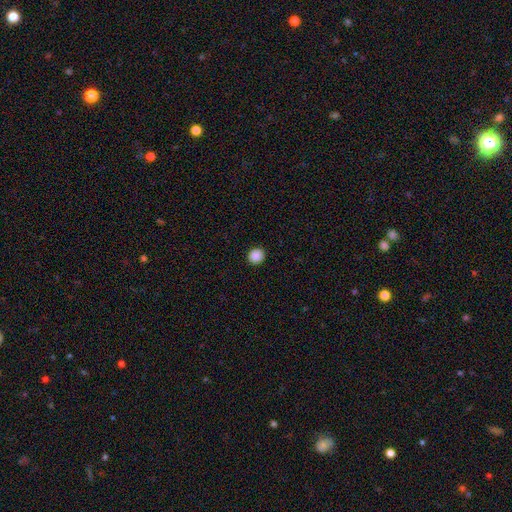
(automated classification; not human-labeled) A smooth galaxy with no disk features (89%) that is round (87%).

Vote fractions:
- Smooth or featured? smooth: 89% / star or artifact: 9% / featured or disk: 2%
- How rounded? round: 87% / in between: 12% / cigar-shaped: 1%
- Merging? none: 93% / minor disturbance: 5% / major disturbance: 2% / merger: 1%